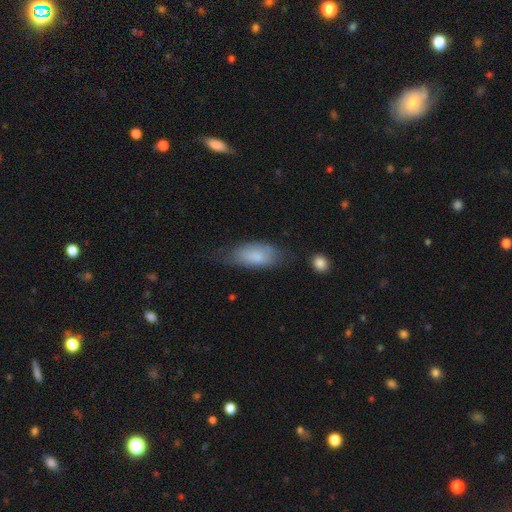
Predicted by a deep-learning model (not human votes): Smooth or featured: smooth — 77% (featured or disk — 16%)
How rounded: in between — 86% (cigar-shaped — 11%)
Merging: none — 49% (minor disturbance — 33%)